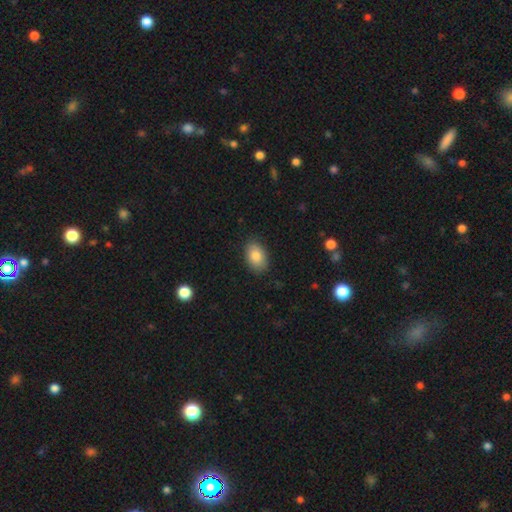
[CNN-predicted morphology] smooth 84%, featured or disk 8%, star or artifact 8%. Down the decision tree: how rounded — in between (85%); merging — none (86%).